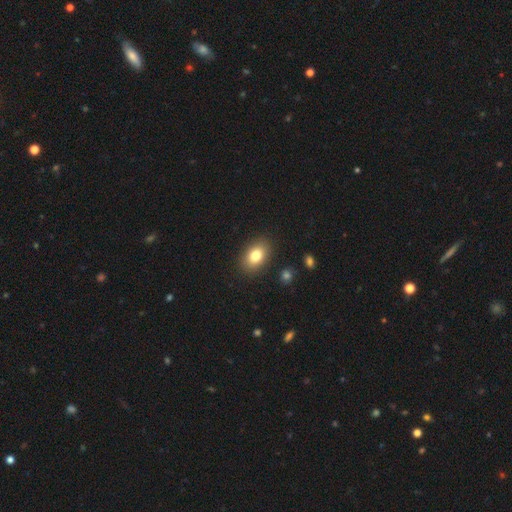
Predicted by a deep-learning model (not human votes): This is clearly a smooth galaxy (81%). How rounded: clearly in between (83%). Merging: clearly none (88%).